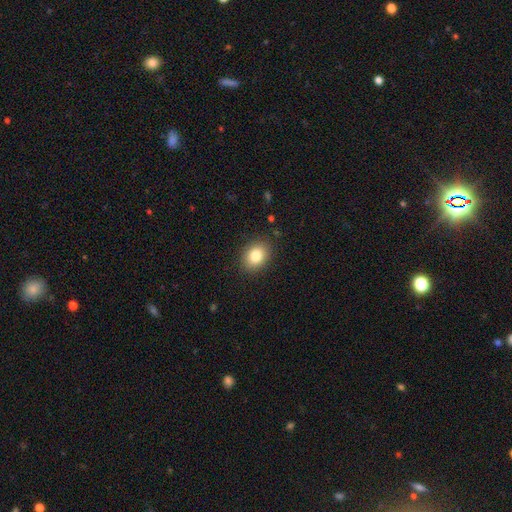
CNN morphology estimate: Q: Smooth or featured?
A: smooth (82%); runner-up: star or artifact (9%)
Q: How rounded?
A: in between (64%); runner-up: round (35%)
Q: Merging?
A: none (87%); runner-up: minor disturbance (9%)